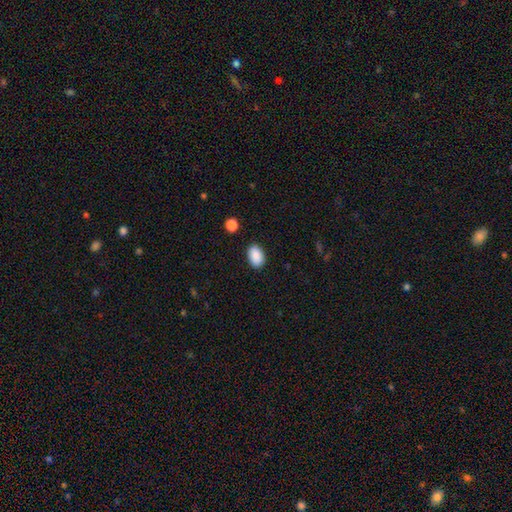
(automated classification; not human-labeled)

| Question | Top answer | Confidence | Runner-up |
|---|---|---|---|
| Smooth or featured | smooth | 90% | star or artifact (7%) |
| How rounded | in between | 89% | round (10%) |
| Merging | none | 87% | minor disturbance (9%) |